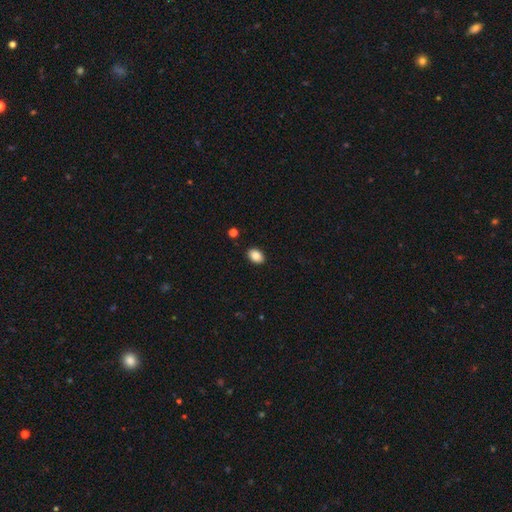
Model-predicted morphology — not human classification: This is clearly a smooth galaxy (88%). How rounded: clearly in between (81%). Merging: clearly none (89%).